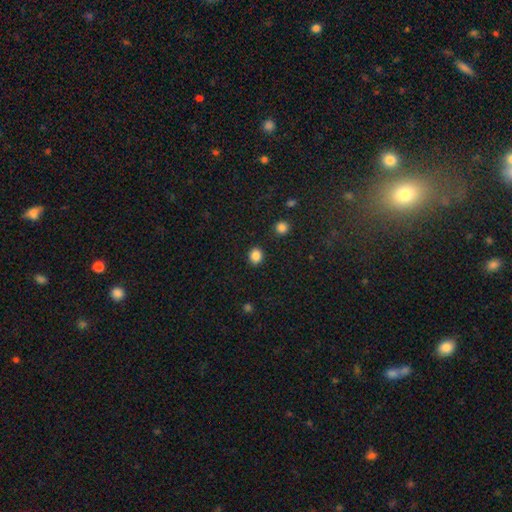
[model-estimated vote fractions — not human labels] smooth 86%, star or artifact 11%, featured or disk 3%. Down the decision tree: how rounded — round (71%); merging — none (90%).